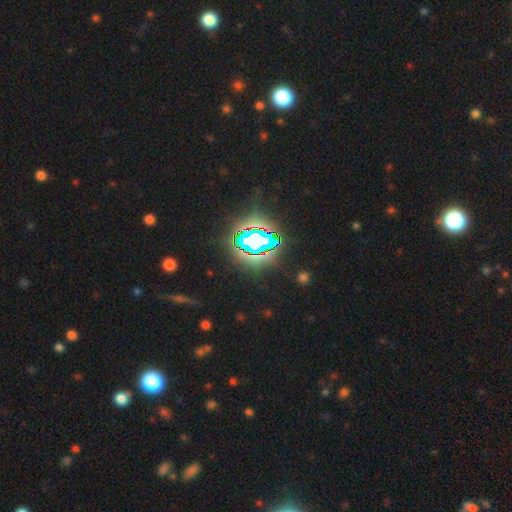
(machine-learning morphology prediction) Smooth or featured? star or artifact (84%)